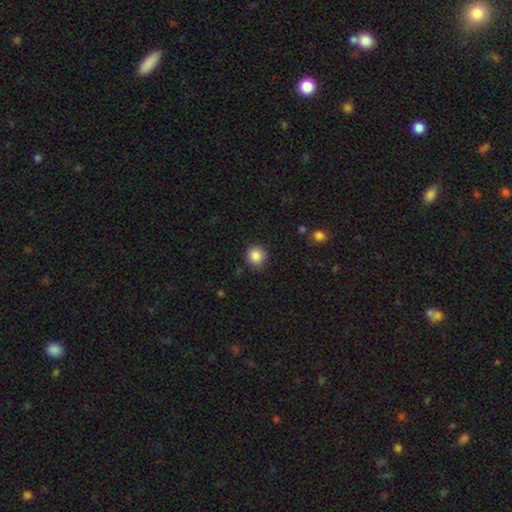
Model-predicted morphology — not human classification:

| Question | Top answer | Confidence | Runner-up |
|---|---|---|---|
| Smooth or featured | smooth | 87% | star or artifact (10%) |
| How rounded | round | 90% | in between (9%) |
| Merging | none | 85% | minor disturbance (11%) |